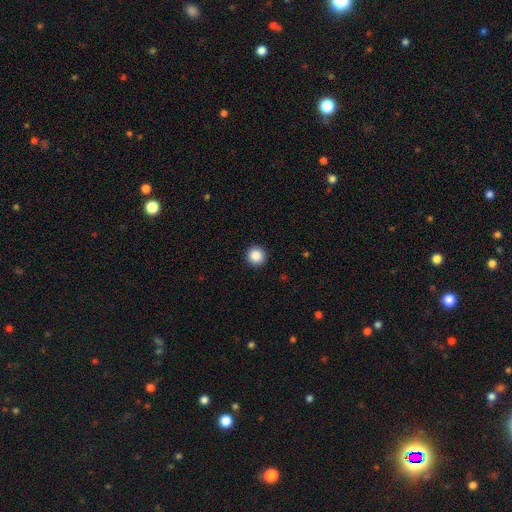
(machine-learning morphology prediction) Smooth or featured? Predicted: smooth (p=0.88). How rounded? Predicted: round (p=0.95). Merging? Predicted: none (p=0.93).